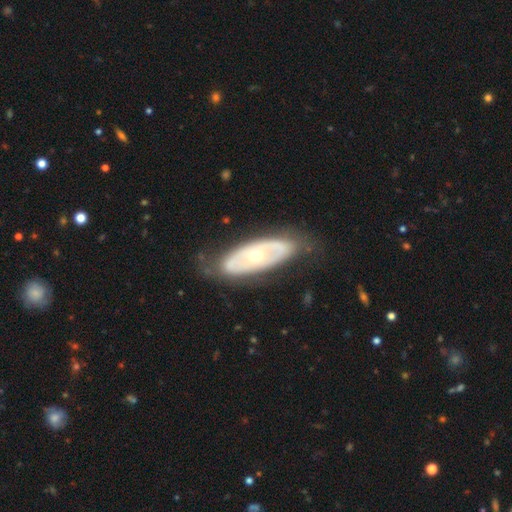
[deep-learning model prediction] Overall: featured or disk (65%; smooth 30%). Edge-on disk: no (83%). Bar: no (87%). Spiral arms: no (79%). Bulge size: moderate (51%; small 45%). Merging: none (73%).